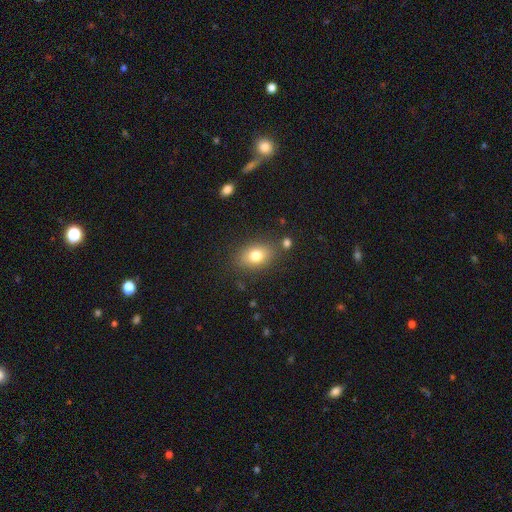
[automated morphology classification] This is likely a smooth galaxy (79%). How rounded: likely in between (78%). Merging: clearly none (80%).